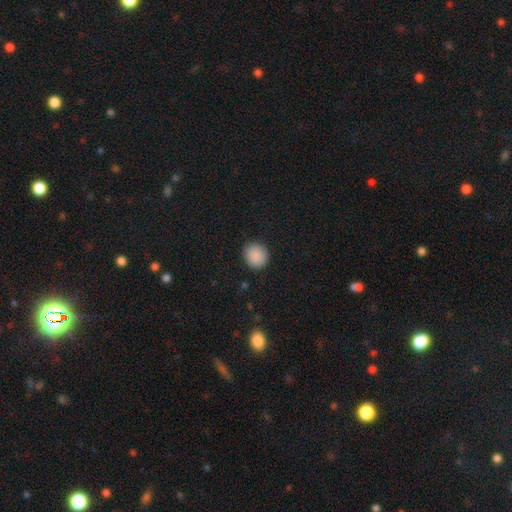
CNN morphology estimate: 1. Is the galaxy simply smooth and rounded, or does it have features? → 89% smooth, 8% star or artifact, 3% featured or disk.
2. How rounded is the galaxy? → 80% round, 19% in between, 1% cigar-shaped.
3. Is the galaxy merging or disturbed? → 87% none, 10% minor disturbance, 2% major disturbance, 1% merger.